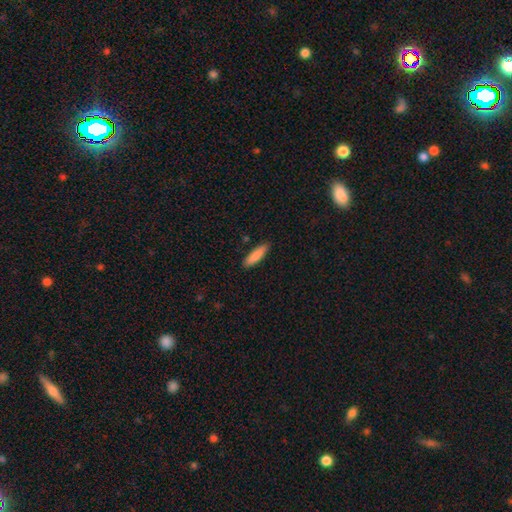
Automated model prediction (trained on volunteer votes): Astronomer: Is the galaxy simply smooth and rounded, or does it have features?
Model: smooth — 87%.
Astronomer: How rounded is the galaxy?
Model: cigar-shaped — 65%.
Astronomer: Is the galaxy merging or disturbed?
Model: none — 88%.